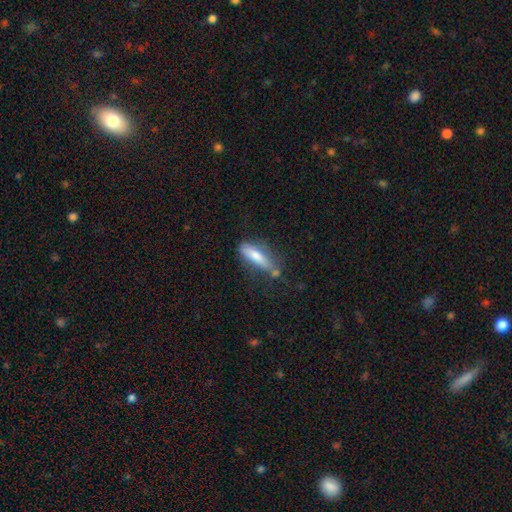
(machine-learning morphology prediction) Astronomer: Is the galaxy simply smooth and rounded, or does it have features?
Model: smooth — 67%.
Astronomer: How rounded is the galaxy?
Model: cigar-shaped — 60% (runner-up: in between, 38%).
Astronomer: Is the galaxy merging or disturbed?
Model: none — 53%.